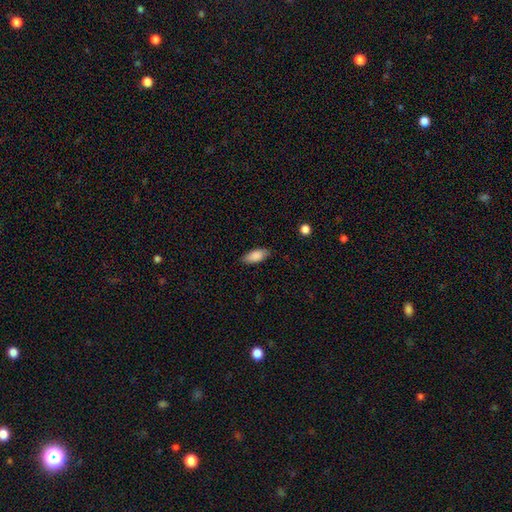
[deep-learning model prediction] Q: Smooth or featured?
A: smooth (86%); runner-up: featured or disk (7%)
Q: How rounded?
A: in between (86%); runner-up: cigar-shaped (12%)
Q: Merging?
A: none (83%); runner-up: minor disturbance (13%)